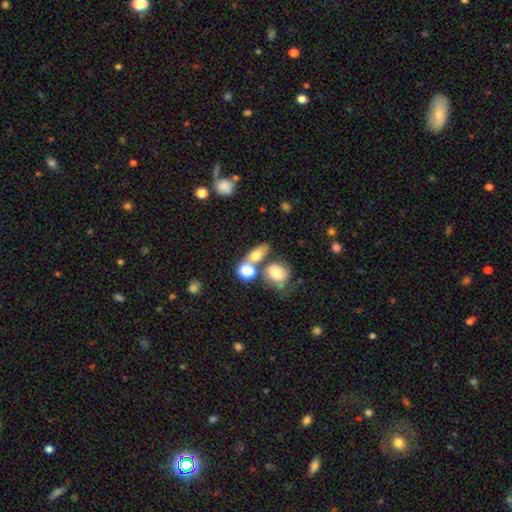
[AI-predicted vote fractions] smooth-or-featured: smooth: 66% | featured or disk: 20% | star or artifact: 14%
  how-rounded: in between: 59% | round: 30% | cigar-shaped: 10%
  merging: none: 48% | merger: 34% | minor disturbance: 12% | major disturbance: 6%